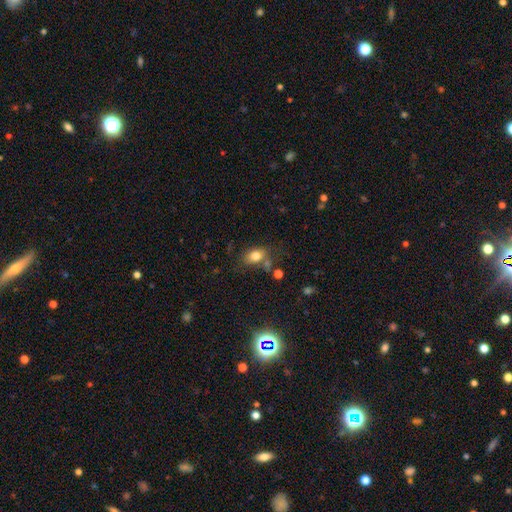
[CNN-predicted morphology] type=smooth (78%); roundness=in between (77%); merging=none (59%).